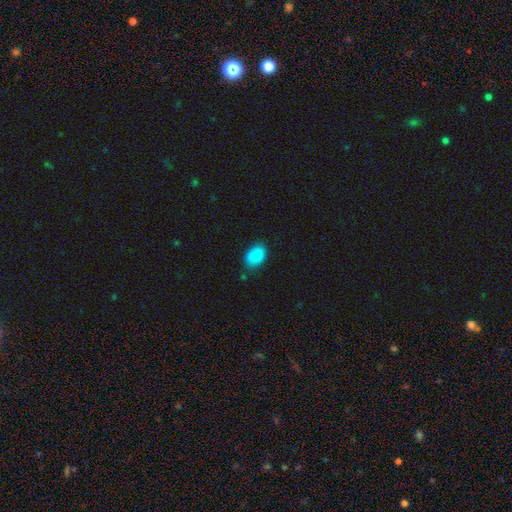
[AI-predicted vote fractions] Smooth or featured? smooth (87%)
How rounded? in between (86%)
Merging? none (76%)